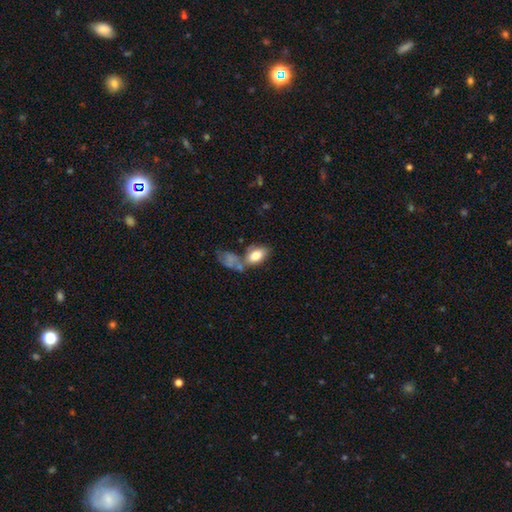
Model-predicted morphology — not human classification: smooth 78%, featured or disk 15%, star or artifact 7%. Down the decision tree: how rounded — in between (91%); merging — none (45%).